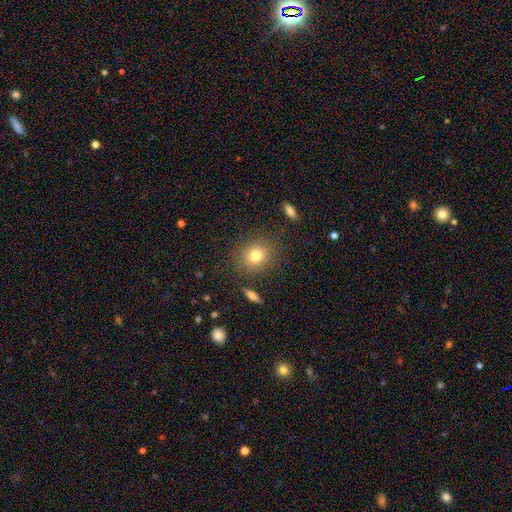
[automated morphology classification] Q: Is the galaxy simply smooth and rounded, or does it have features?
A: smooth — 78%.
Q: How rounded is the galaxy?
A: round — 76%.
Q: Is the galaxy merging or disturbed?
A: none — 85%.